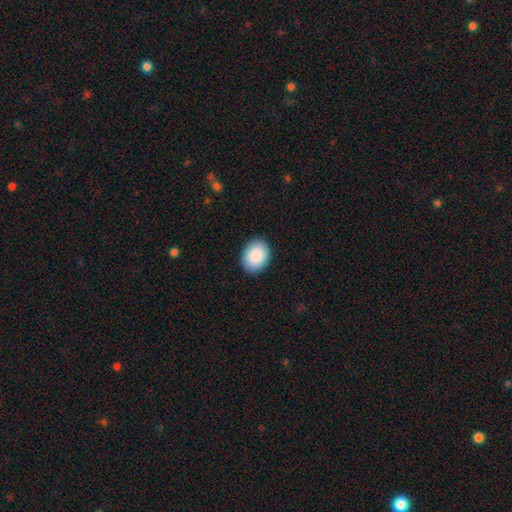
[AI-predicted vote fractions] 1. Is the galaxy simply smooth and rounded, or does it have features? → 91% smooth, 6% star or artifact, 4% featured or disk.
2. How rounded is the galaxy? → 71% in between, 28% round, 1% cigar-shaped.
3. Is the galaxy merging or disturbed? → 90% none, 8% minor disturbance, 2% major disturbance, 1% merger.